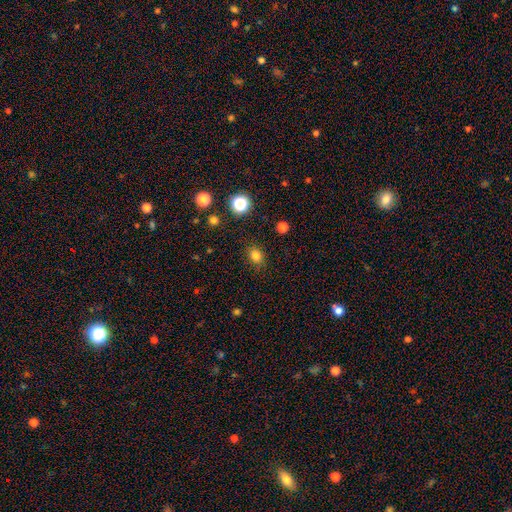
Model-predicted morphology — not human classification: Smooth or featured?
  - smooth: 81% *
  - star or artifact: 14%
  - featured or disk: 5%
How rounded?
  - in between: 55% *
  - round: 44%
  - cigar-shaped: 1%
Merging?
  - none: 86% *
  - minor disturbance: 10%
  - major disturbance: 3%
  - merger: 1%